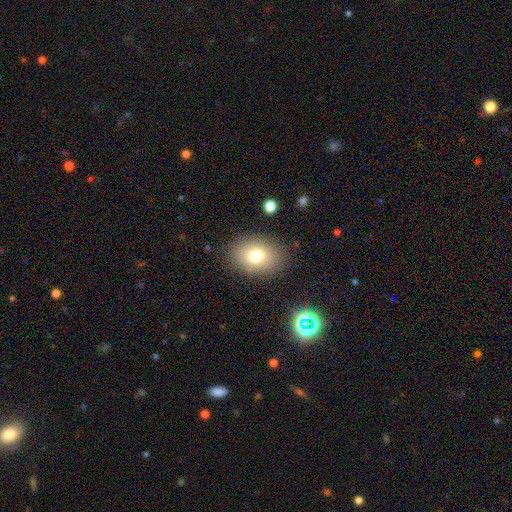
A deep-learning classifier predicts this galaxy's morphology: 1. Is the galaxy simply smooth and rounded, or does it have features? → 76% smooth, 14% featured or disk, 11% star or artifact.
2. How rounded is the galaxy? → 72% in between, 27% round, 1% cigar-shaped.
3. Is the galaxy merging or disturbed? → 84% none, 10% minor disturbance, 4% major disturbance, 2% merger.